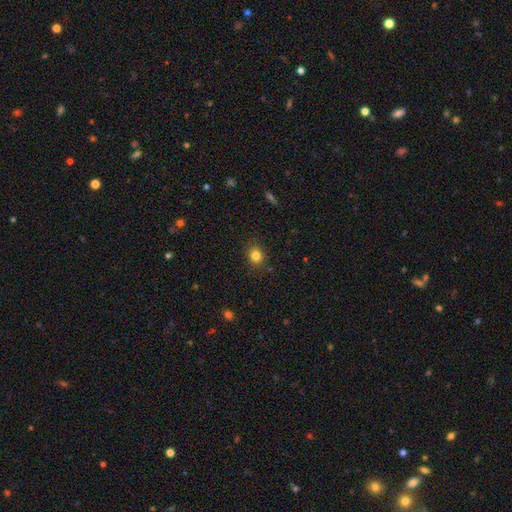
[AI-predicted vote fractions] smooth_or_featured: smooth (p=0.82) [alt: star or artifact p=0.12]
how_rounded: round (p=0.72) [alt: in between p=0.27]
merging: none (p=0.86) [alt: minor disturbance p=0.10]